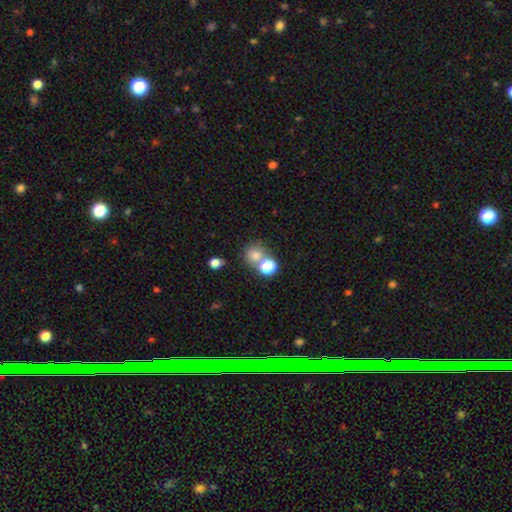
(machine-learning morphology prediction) smooth-or-featured: smooth: 75% | star or artifact: 16% | featured or disk: 9%
  how-rounded: round: 84% | in between: 15% | cigar-shaped: 1%
  merging: none: 55% | merger: 33% | minor disturbance: 9% | major disturbance: 4%